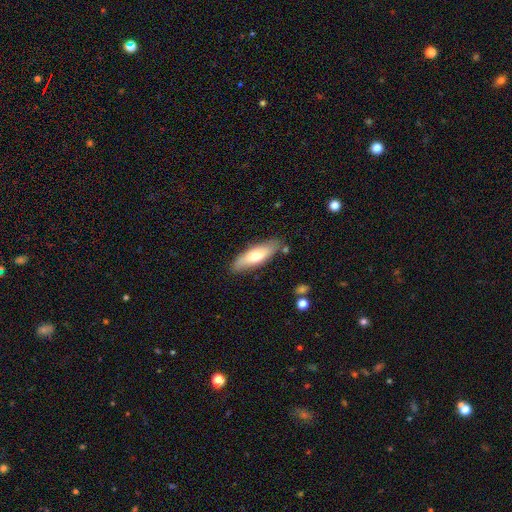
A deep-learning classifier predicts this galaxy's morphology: type=smooth (68%); roundness=in between (50%); merging=none (82%).